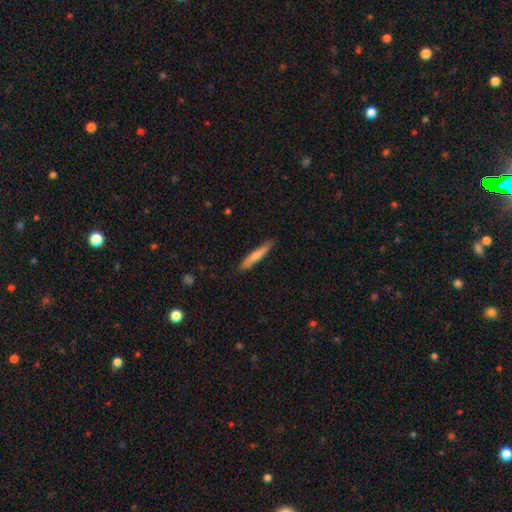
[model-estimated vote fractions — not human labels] smooth-or-featured: smooth: 70% | featured or disk: 25% | star or artifact: 5%
  how-rounded: cigar-shaped: 93% | in between: 6% | round: 1%
  merging: none: 84% | minor disturbance: 12% | major disturbance: 2% | merger: 1%